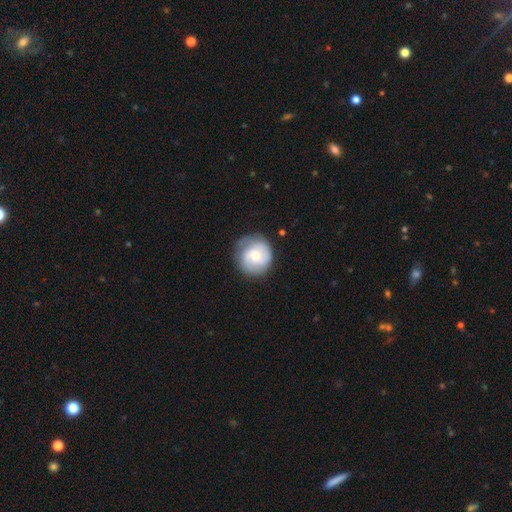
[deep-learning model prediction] smooth-or-featured: featured or disk: 49% | smooth: 45% | star or artifact: 6%
  merging: none: 72% | minor disturbance: 20% | major disturbance: 7% | merger: 1%